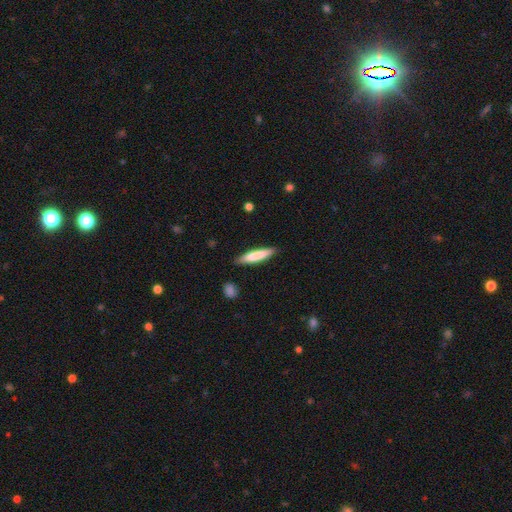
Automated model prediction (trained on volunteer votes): This is likely a smooth galaxy (79%). How rounded: clearly cigar-shaped (85%). Merging: clearly none (85%).